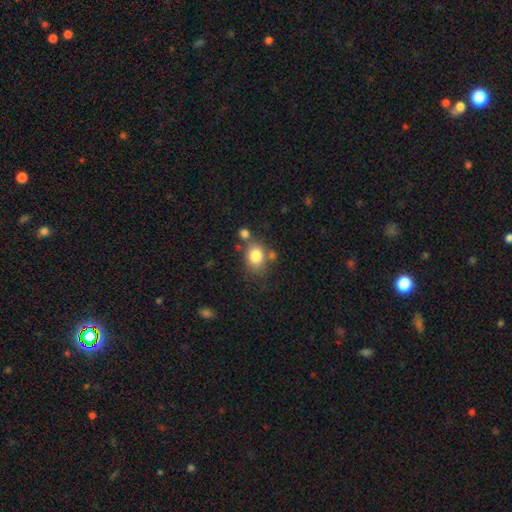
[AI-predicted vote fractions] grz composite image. It shows a smooth galaxy with no disk features (81%) that is in between round and cigar-shaped (53%). Merging: none (60%).